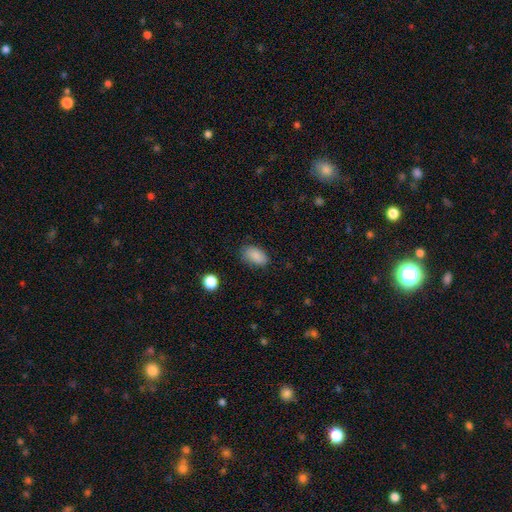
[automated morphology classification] type=smooth (86%); roundness=in between (91%); merging=none (76%).